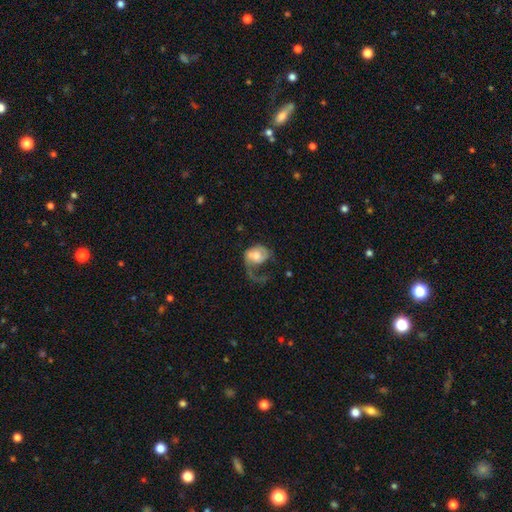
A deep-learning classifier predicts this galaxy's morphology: Overall: featured or disk (57%; smooth 36%). Edge-on disk: no (97%). Bar: no (66%; weak 28%). Spiral arms: yes (80%). Bulge size: moderate (41%; small 24%). Merging: major disturbance (59%; none 22%).